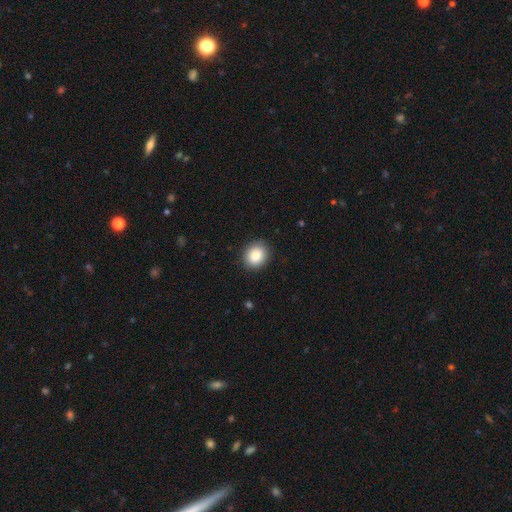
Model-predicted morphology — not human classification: smooth 86%, star or artifact 8%, featured or disk 5%. Down the decision tree: how rounded — round (62%); merging — none (89%).